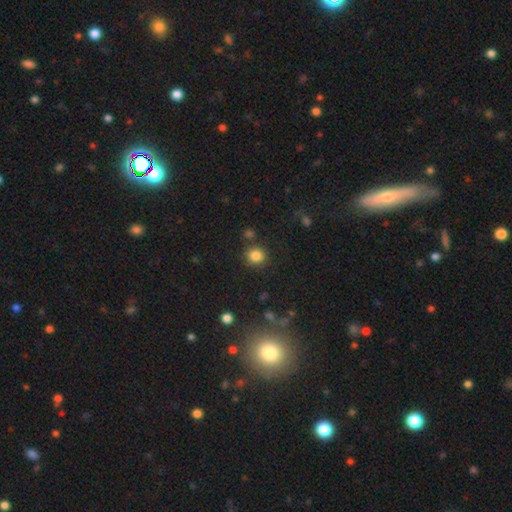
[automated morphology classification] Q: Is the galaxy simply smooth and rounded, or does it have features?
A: smooth — 83%.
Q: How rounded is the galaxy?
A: round — 89%.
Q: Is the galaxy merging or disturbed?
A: none — 84%.